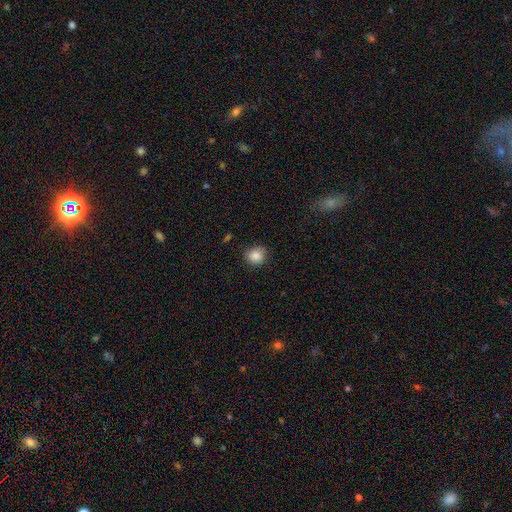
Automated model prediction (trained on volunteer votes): A smooth galaxy with no disk features (87%) that is round (87%).

Vote fractions:
- Smooth or featured? smooth: 87% / star or artifact: 9% / featured or disk: 4%
- How rounded? round: 87% / in between: 12% / cigar-shaped: 1%
- Merging? none: 84% / minor disturbance: 12% / major disturbance: 3% / merger: 1%